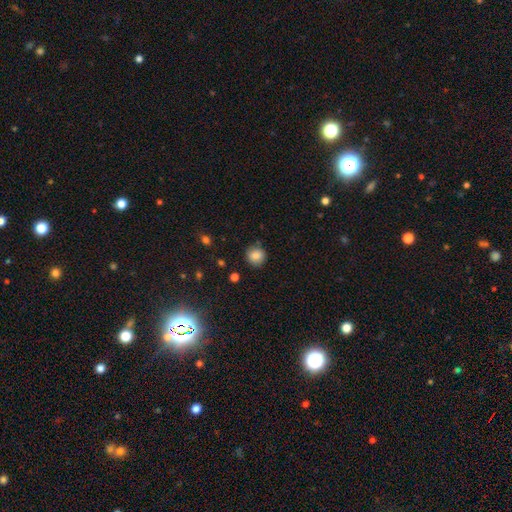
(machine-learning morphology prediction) type=smooth (85%); roundness=round (92%); merging=none (85%).